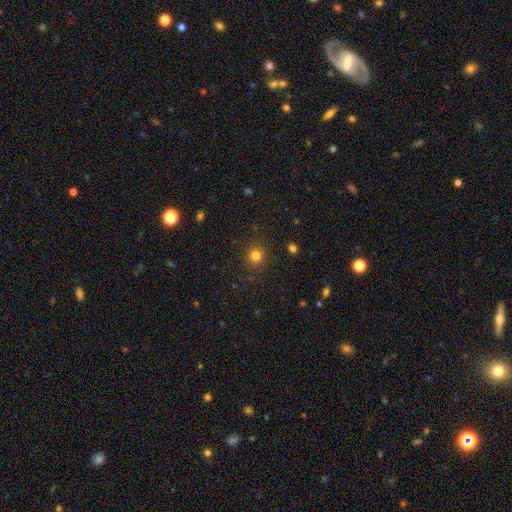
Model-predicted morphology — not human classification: Smooth or featured: smooth — 81% (star or artifact — 14%)
How rounded: round — 90% (in between — 9%)
Merging: none — 88% (minor disturbance — 8%)